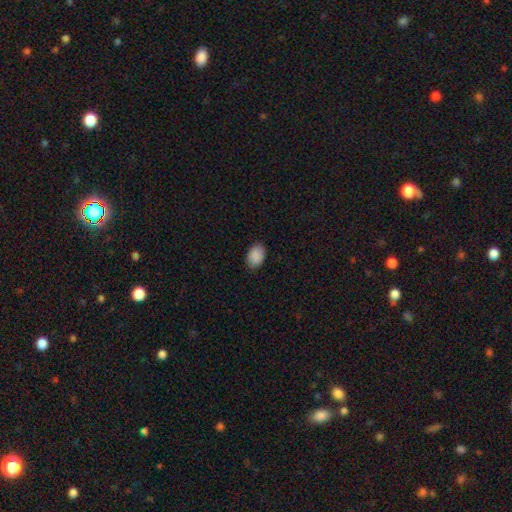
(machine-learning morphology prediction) A smooth galaxy with no disk features (90%) that is in between round and cigar-shaped (81%).

Vote fractions:
- Smooth or featured? smooth: 90% / star or artifact: 7% / featured or disk: 3%
- How rounded? in between: 81% / round: 18% / cigar-shaped: 1%
- Merging? none: 86% / minor disturbance: 11% / major disturbance: 2% / merger: 1%